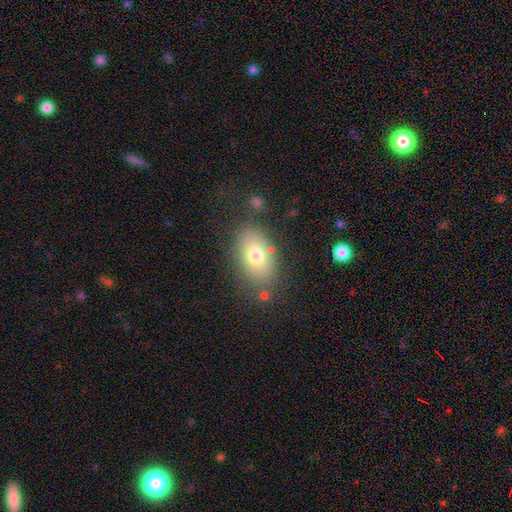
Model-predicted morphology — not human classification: The model was most divided on "smooth or featured": smooth: 74%, featured or disk: 17%, star or artifact: 10%. More confident: how rounded — in between (87%); merging — none (76%).